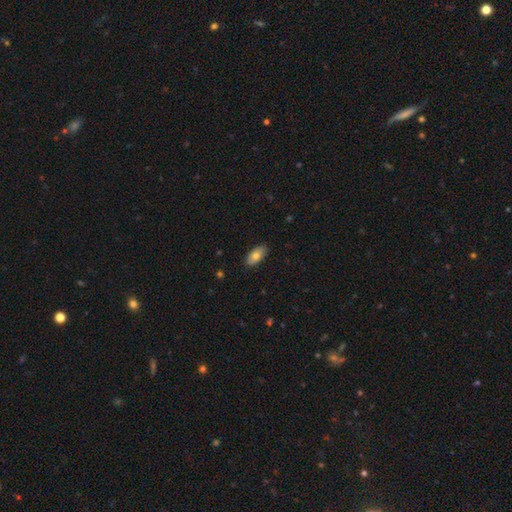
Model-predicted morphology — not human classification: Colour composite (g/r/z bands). It shows a smooth galaxy with no disk features (75%) that is in between round and cigar-shaped (92%). Merging: none (87%).